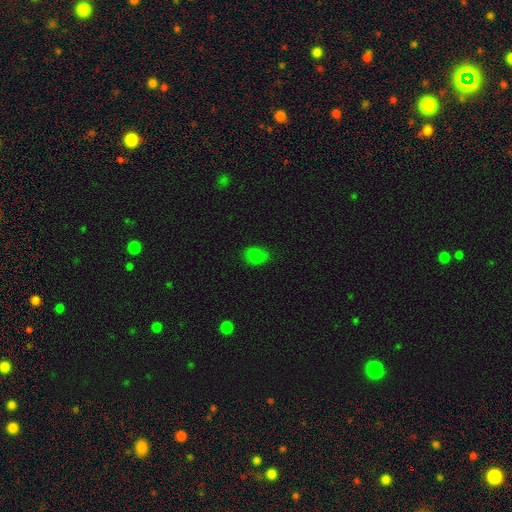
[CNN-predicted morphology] A smooth galaxy with no disk features (81%) that is in between round and cigar-shaped (70%). Merging: none (76%).